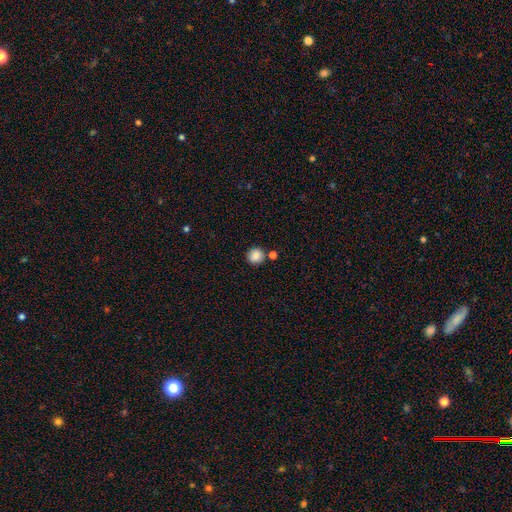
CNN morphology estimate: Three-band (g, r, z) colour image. It shows a smooth galaxy with no disk features (86%) that is round (91%). Merging: none (78%).